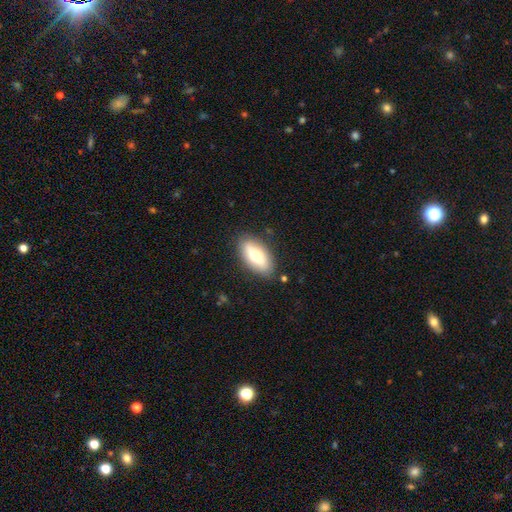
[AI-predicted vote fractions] Overall: smooth (67%; featured or disk 27%). How rounded: in between (87%). Merging: none (84%).